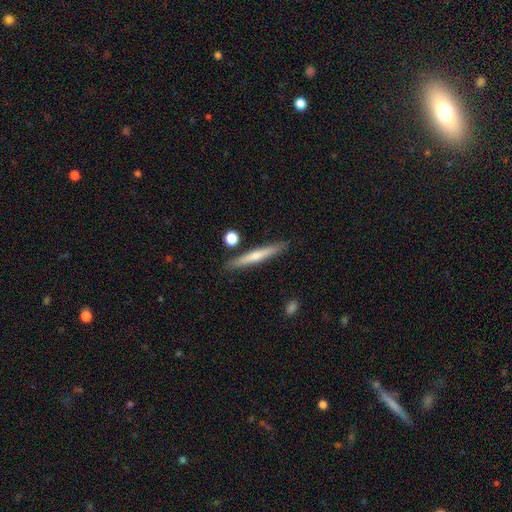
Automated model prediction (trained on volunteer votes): Morphology: type=featured or disk (54%); edge-on=yes (96%); edge-on bulge=rounded (68%); merging=none (88%).